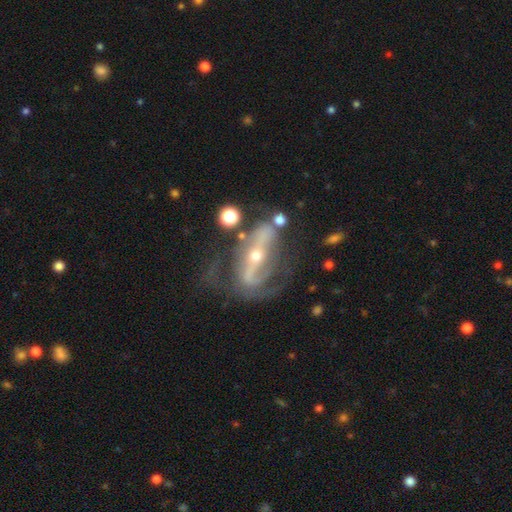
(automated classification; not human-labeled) Smooth or featured? Predicted: featured or disk (p=0.83). Edge-on disk? Predicted: no (p=0.86). Bar? Predicted: strong (p=0.60). Spiral arms? Predicted: yes (p=0.77). Spiral winding? Predicted: medium (p=0.39). Spiral arm count? Predicted: 2 (p=0.65). Bulge size? Predicted: small (p=0.58). Merging? Predicted: none (p=0.44).